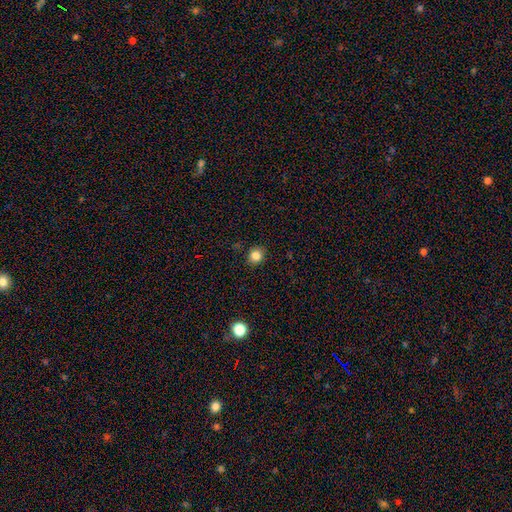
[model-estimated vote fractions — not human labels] smooth_or_featured: smooth (p=0.83) [alt: star or artifact p=0.12]
how_rounded: round (p=0.78) [alt: in between p=0.21]
merging: none (p=0.89) [alt: minor disturbance p=0.08]